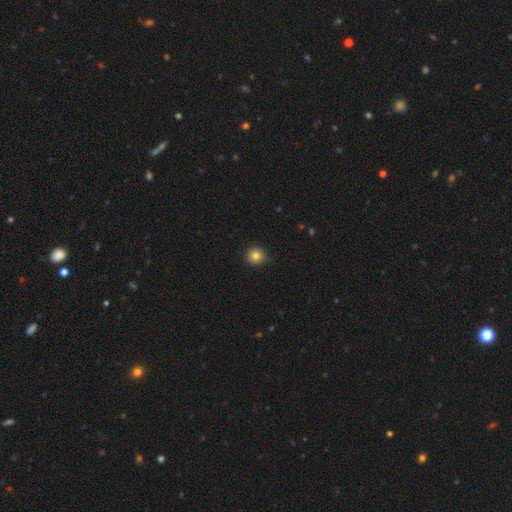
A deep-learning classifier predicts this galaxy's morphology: type=smooth (83%); roundness=round (93%); merging=none (89%).